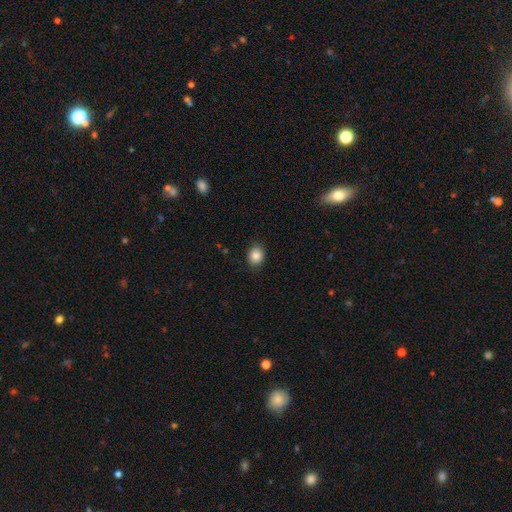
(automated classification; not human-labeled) The model was most divided on "how rounded": round: 65%, in between: 34%, cigar-shaped: 1%. More confident: merging — none (88%); smooth or featured — smooth (86%).